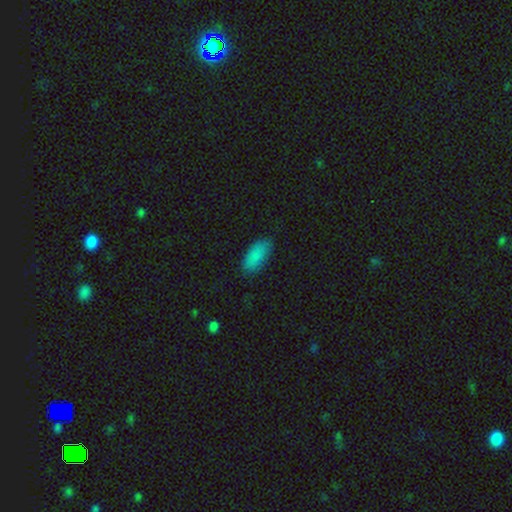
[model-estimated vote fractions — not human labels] A smooth galaxy with no disk features (87%) that is in between round and cigar-shaped (89%).

Vote fractions:
- Smooth or featured? smooth: 87% / star or artifact: 7% / featured or disk: 5%
- How rounded? in between: 89% / cigar-shaped: 9% / round: 2%
- Merging? none: 82% / minor disturbance: 14% / major disturbance: 3% / merger: 1%